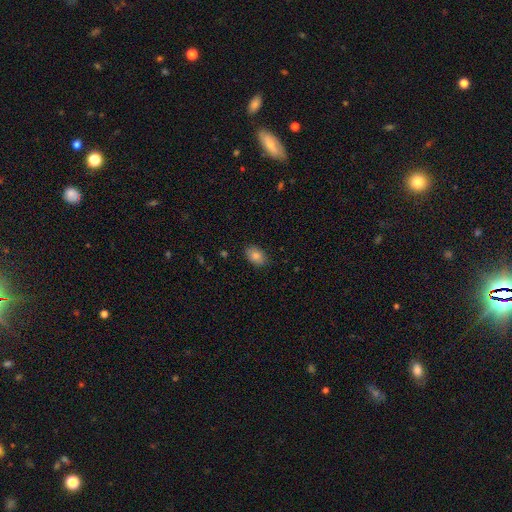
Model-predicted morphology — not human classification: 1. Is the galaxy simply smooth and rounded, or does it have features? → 81% smooth, 11% featured or disk, 9% star or artifact.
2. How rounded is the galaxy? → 85% in between, 14% round, 1% cigar-shaped.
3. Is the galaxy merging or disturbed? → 86% none, 11% minor disturbance, 2% major disturbance, 1% merger.